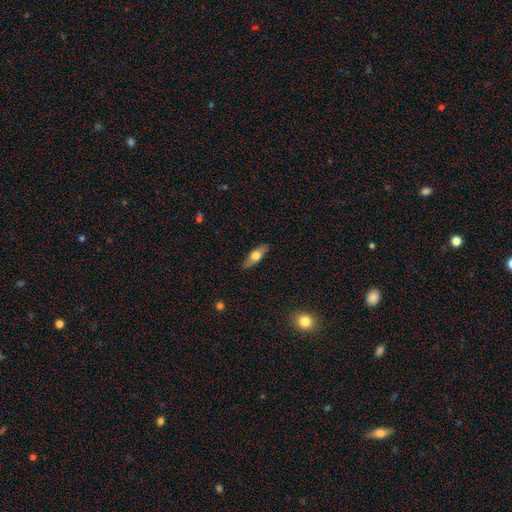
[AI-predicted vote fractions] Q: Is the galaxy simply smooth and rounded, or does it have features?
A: smooth — 60%.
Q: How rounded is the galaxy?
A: in between — 63%.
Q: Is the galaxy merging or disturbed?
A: none — 86%.